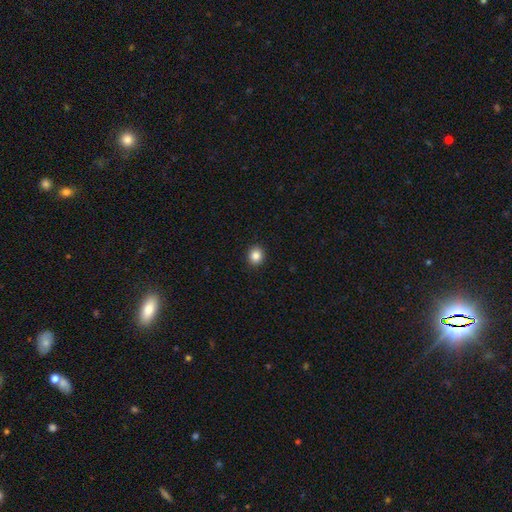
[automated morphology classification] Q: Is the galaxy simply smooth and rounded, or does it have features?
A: smooth — 86%.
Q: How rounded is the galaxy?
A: round — 80%.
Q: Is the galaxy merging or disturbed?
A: none — 92%.